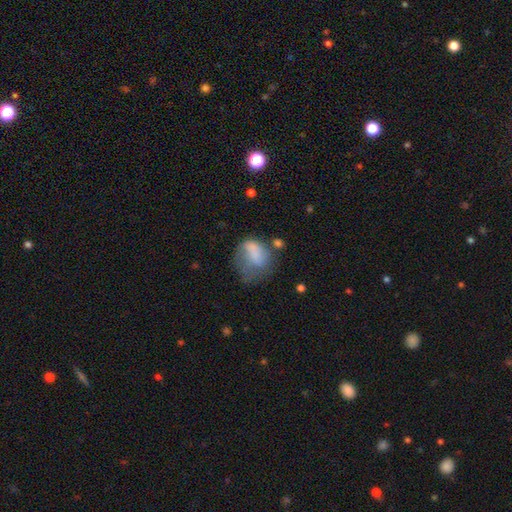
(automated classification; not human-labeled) Smooth or featured: smooth — 65% (featured or disk — 24%)
How rounded: in between — 62% (round — 36%)
Merging: major disturbance — 45% (minor disturbance — 26%)